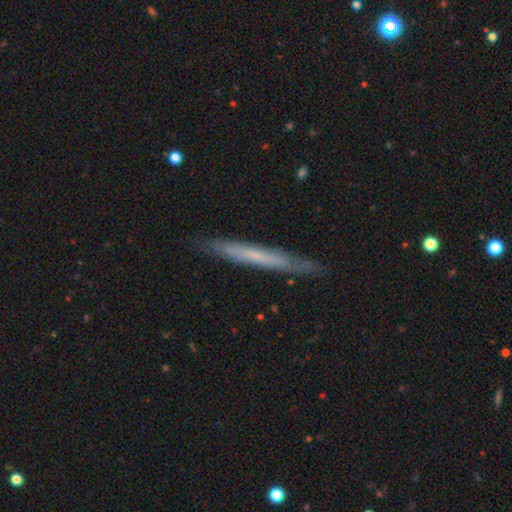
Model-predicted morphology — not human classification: A featured or disk galaxy (47%).

Vote fractions:
- Smooth or featured? featured or disk: 47% / smooth: 46% / star or artifact: 6%
- Merging? none: 87% / minor disturbance: 10% / major disturbance: 2% / merger: 1%